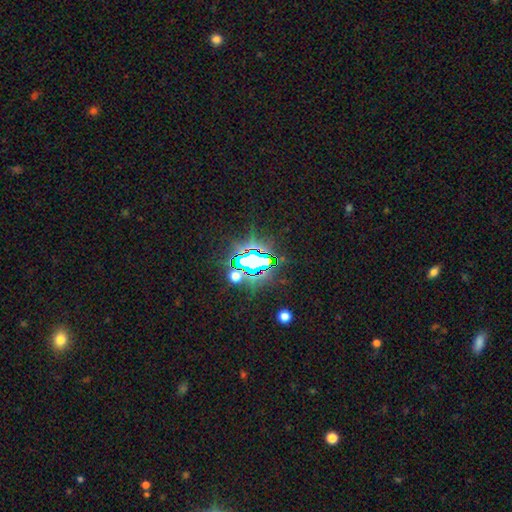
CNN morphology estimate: Smooth or featured: star or artifact — 75% (smooth — 14%)